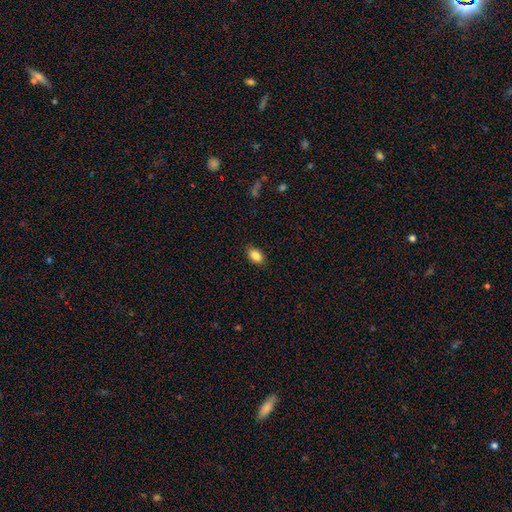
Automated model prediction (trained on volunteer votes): Q: Smooth or featured?
A: smooth (85%); runner-up: star or artifact (9%)
Q: How rounded?
A: in between (86%); runner-up: round (12%)
Q: Merging?
A: none (87%); runner-up: minor disturbance (10%)